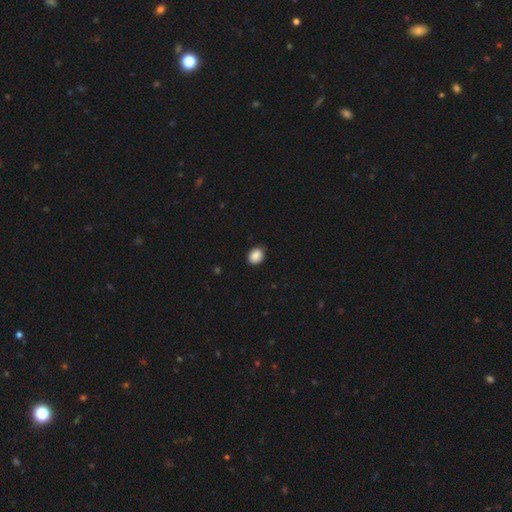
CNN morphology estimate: smooth 87%, star or artifact 8%, featured or disk 5%. Down the decision tree: how rounded — in between (55%); merging — none (82%).